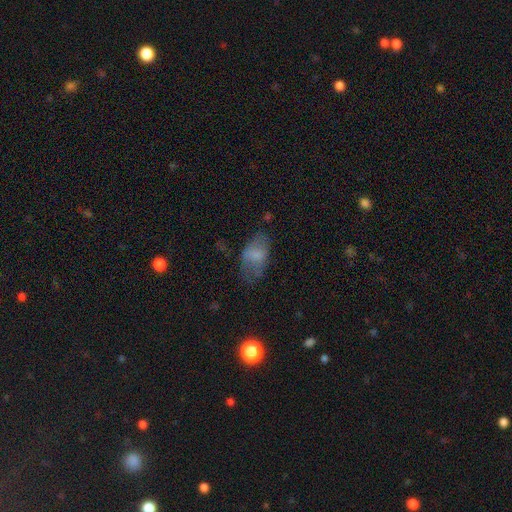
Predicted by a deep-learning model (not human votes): Smooth or featured?
  - smooth: 68% *
  - featured or disk: 22%
  - star or artifact: 9%
How rounded?
  - in between: 92% *
  - round: 5%
  - cigar-shaped: 3%
Merging?
  - none: 51% *
  - minor disturbance: 28%
  - major disturbance: 19%
  - merger: 2%